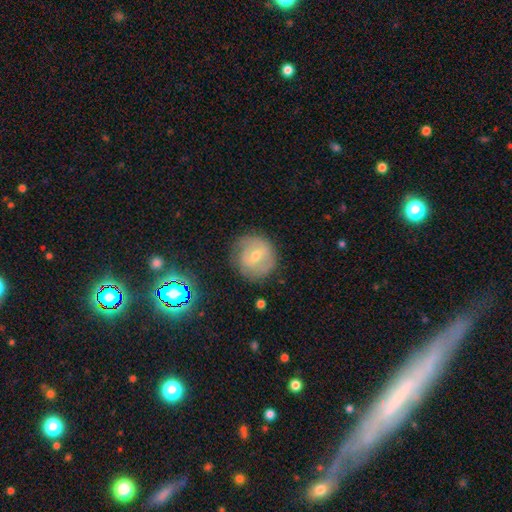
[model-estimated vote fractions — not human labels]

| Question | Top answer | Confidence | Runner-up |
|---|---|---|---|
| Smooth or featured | featured or disk | 47% | smooth (40%) |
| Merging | none | 78% | minor disturbance (15%) |